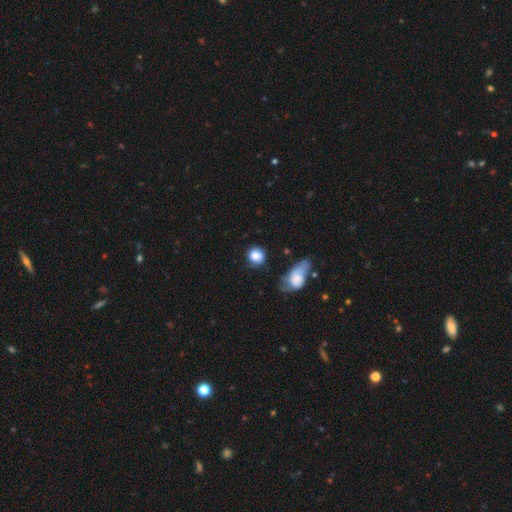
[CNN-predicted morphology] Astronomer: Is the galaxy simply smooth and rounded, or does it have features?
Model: smooth — 80%.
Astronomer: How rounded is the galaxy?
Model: round — 81%.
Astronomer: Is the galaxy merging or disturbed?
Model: none — 62%.